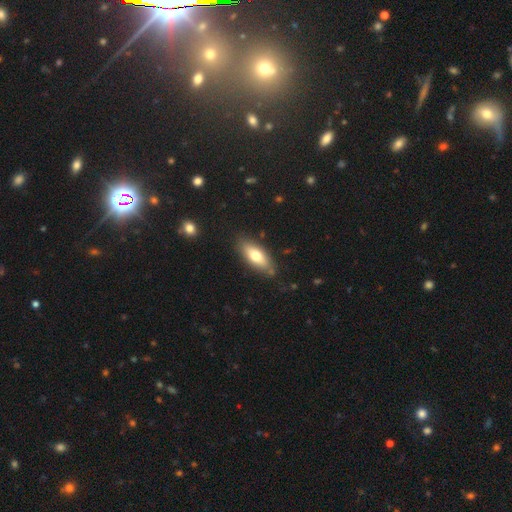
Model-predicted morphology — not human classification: Overall: smooth (73%). How rounded: in between (75%). Merging: none (81%).